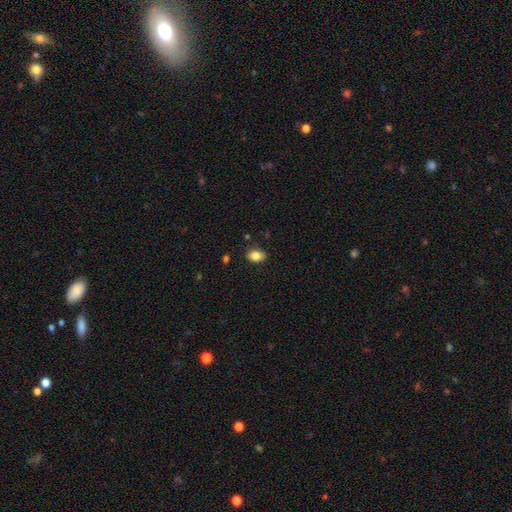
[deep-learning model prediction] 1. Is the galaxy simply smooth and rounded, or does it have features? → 83% smooth, 9% star or artifact, 8% featured or disk.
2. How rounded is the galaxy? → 79% in between, 19% round, 1% cigar-shaped.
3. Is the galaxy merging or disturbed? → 85% none, 12% minor disturbance, 2% major disturbance, 2% merger.